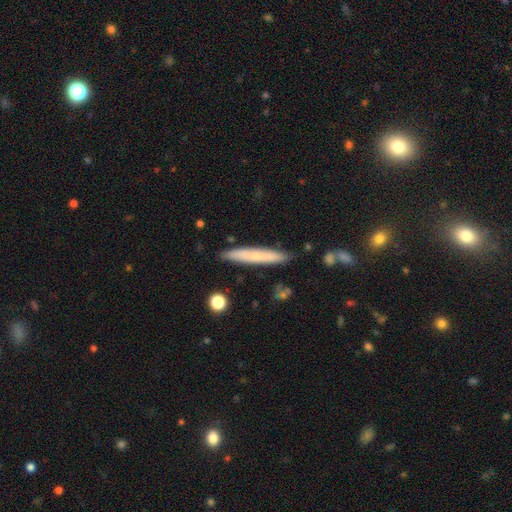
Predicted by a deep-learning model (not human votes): Smooth or featured? smooth (62%)
How rounded? cigar-shaped (94%)
Merging? none (87%)